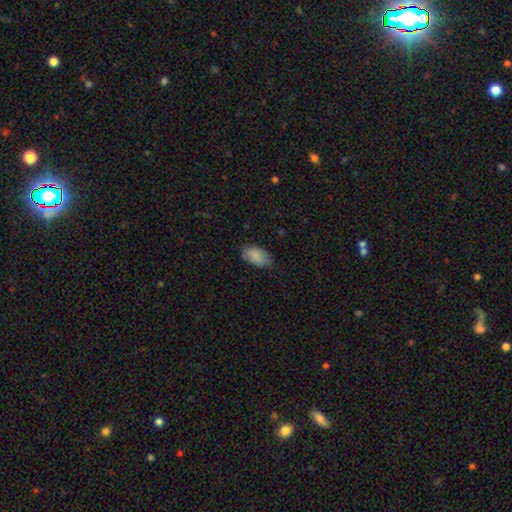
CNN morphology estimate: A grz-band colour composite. It shows a smooth galaxy with no disk features (84%) that is in between round and cigar-shaped (94%). Merging: none (68%).